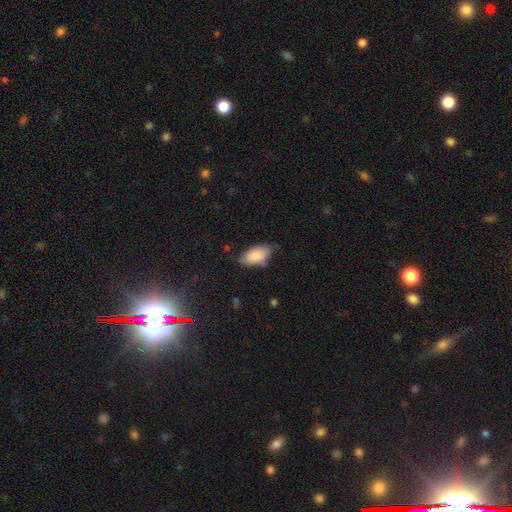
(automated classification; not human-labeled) Smooth or featured? Predicted: smooth (p=0.84). How rounded? Predicted: in between (p=0.93). Merging? Predicted: none (p=0.56).